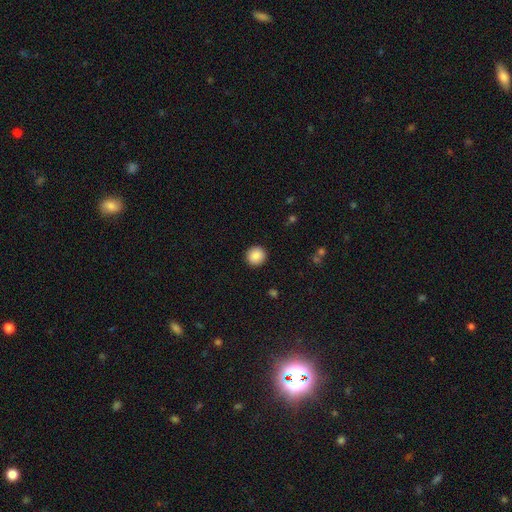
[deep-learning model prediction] Overall: smooth (88%). How rounded: round (93%). Merging: none (92%).